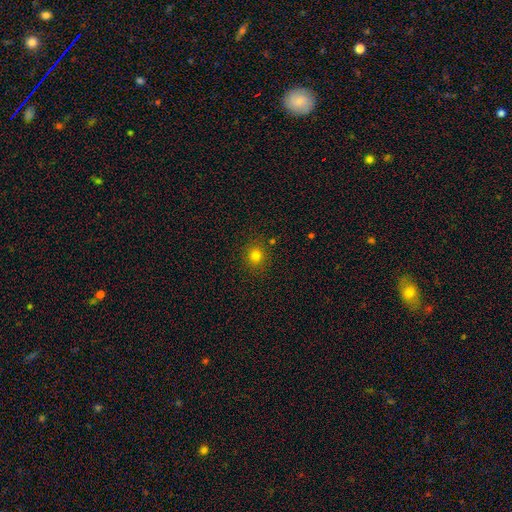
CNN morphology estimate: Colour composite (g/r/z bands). It shows a smooth galaxy with no disk features (78%) that is round (85%). Merging: none (87%).